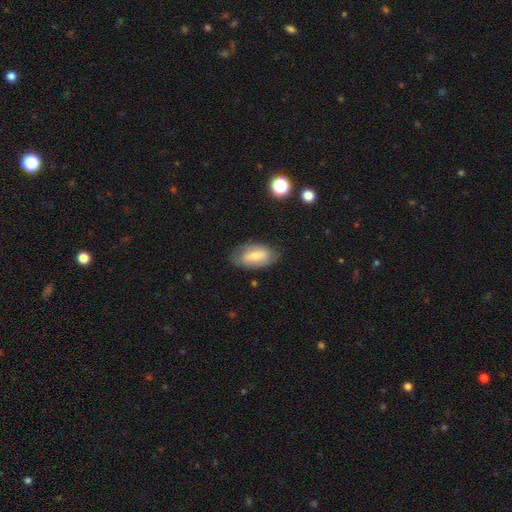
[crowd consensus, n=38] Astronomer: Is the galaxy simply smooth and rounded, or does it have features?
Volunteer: smooth — 82%.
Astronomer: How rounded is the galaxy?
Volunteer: in between — 94%.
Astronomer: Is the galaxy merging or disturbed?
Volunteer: none — 78%.